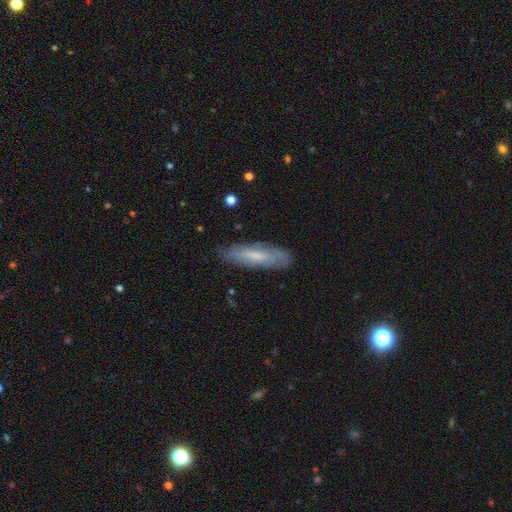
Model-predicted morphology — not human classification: smooth 54%, featured or disk 39%, star or artifact 7%. Down the decision tree: how rounded — cigar-shaped (66%); merging — none (80%).